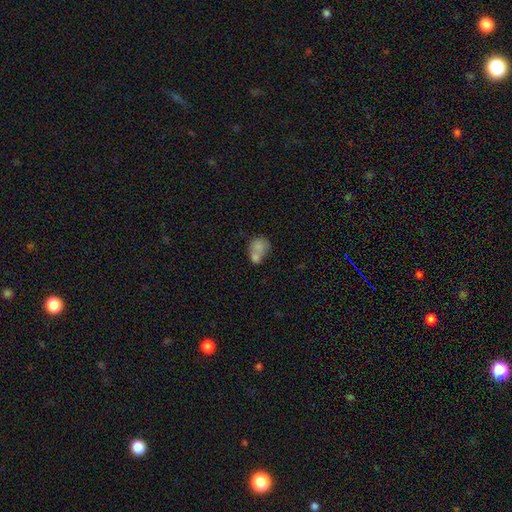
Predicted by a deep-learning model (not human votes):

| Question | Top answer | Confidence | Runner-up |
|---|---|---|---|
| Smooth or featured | smooth | 75% | featured or disk (16%) |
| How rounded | in between | 54% | round (45%) |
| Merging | merger | 62% | none (23%) |